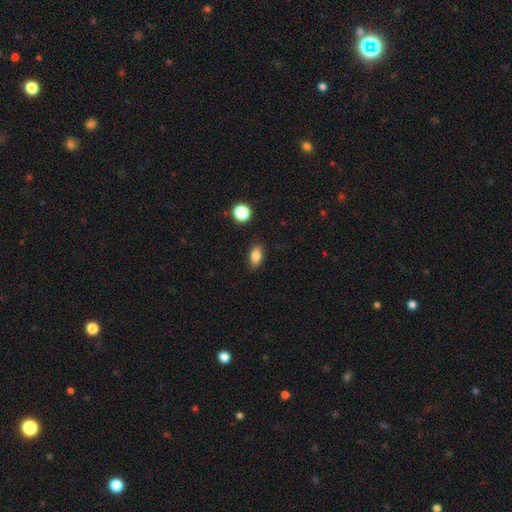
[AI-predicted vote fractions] smooth 83%, star or artifact 10%, featured or disk 7%. Down the decision tree: how rounded — in between (86%); merging — none (87%).